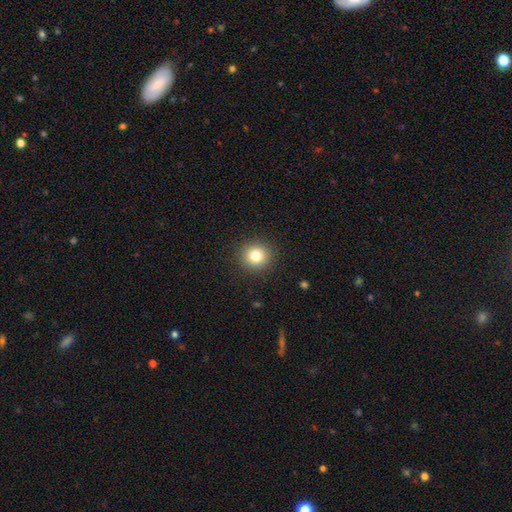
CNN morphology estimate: Smooth or featured?
  - smooth: 80% *
  - star or artifact: 12%
  - featured or disk: 7%
How rounded?
  - round: 93% *
  - in between: 6%
  - cigar-shaped: 1%
Merging?
  - none: 91% *
  - minor disturbance: 6%
  - major disturbance: 2%
  - merger: 1%